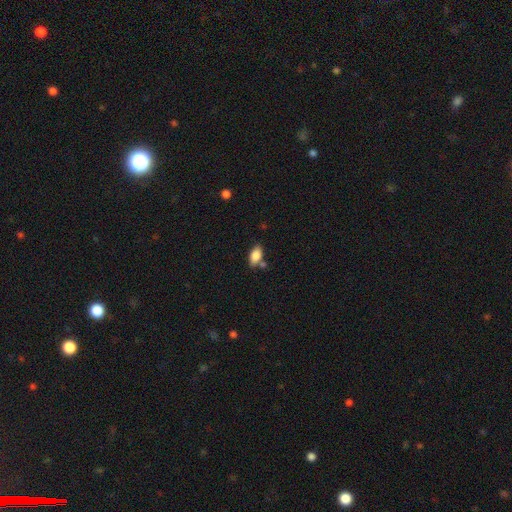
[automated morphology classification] smooth_or_featured: smooth (p=0.85) [alt: star or artifact p=0.08]
how_rounded: in between (p=0.92) [alt: cigar-shaped p=0.04]
merging: none (p=0.66) [alt: minor disturbance p=0.16]